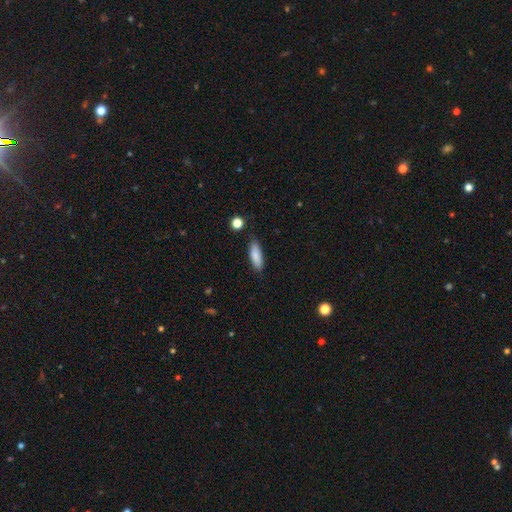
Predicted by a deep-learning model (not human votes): This appears to be a smooth galaxy with no disk features (86%) that is in between round and cigar-shaped (57%). Merging: none (85%).